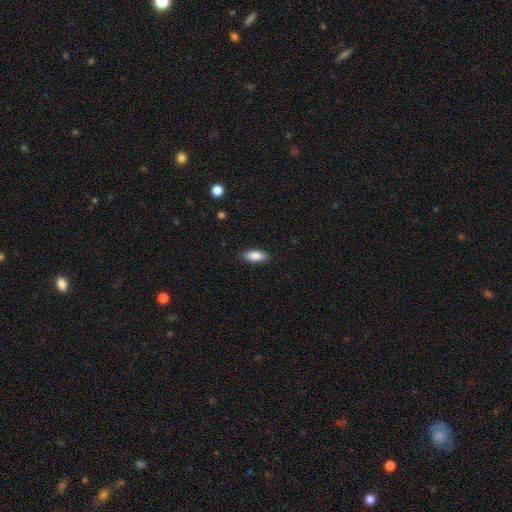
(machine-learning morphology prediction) A smooth galaxy with no disk features (87%) that is in between round and cigar-shaped (86%).

Vote fractions:
- Smooth or featured? smooth: 87% / featured or disk: 7% / star or artifact: 6%
- How rounded? in between: 86% / cigar-shaped: 12% / round: 2%
- Merging? none: 88% / minor disturbance: 9% / major disturbance: 2% / merger: 1%